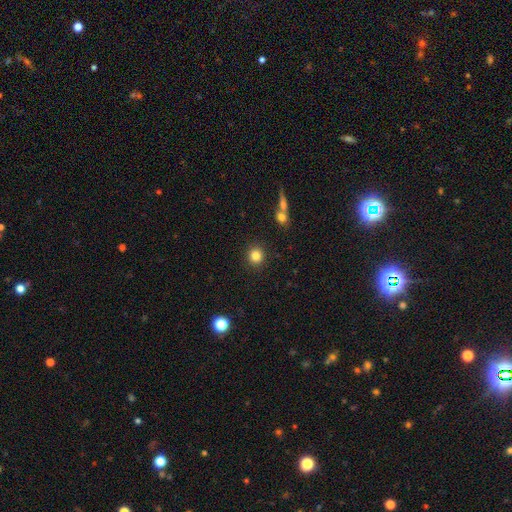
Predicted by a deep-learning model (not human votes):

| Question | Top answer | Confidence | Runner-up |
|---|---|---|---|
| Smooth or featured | smooth | 83% | star or artifact (11%) |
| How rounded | round | 91% | in between (8%) |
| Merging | none | 89% | minor disturbance (6%) |